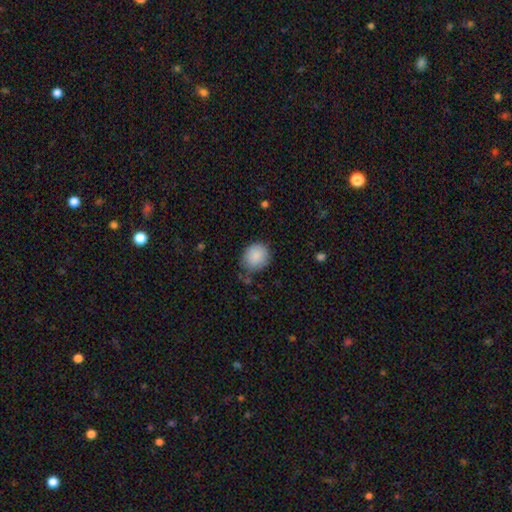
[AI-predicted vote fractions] Smooth or featured: smooth — 88% (star or artifact — 7%)
How rounded: round — 70% (in between — 29%)
Merging: none — 70% (minor disturbance — 21%)